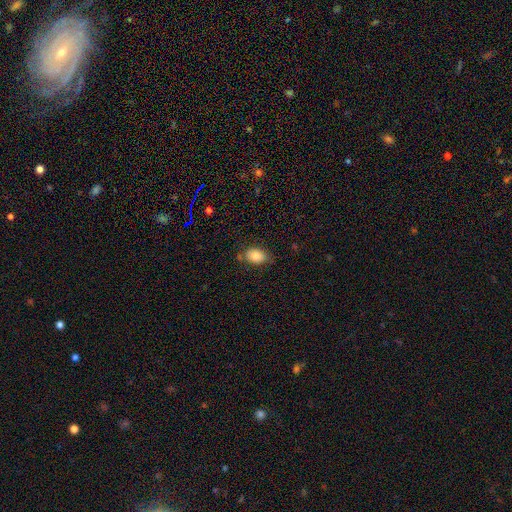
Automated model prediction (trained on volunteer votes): This is clearly a smooth galaxy (85%). How rounded: clearly in between (84%). Merging: likely none (71%).